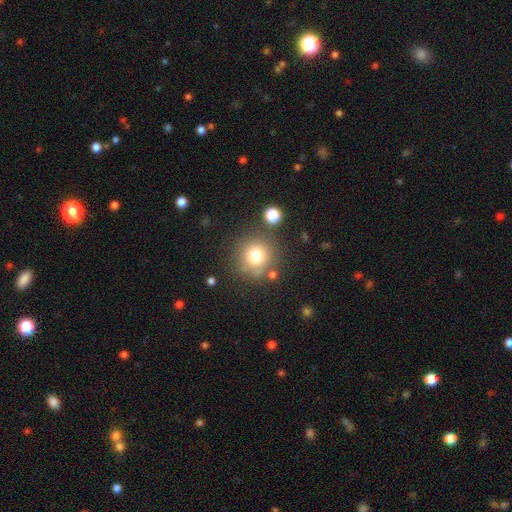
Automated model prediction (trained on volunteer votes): A smooth galaxy with no disk features (76%) that is round (94%). Merging: none (78%).